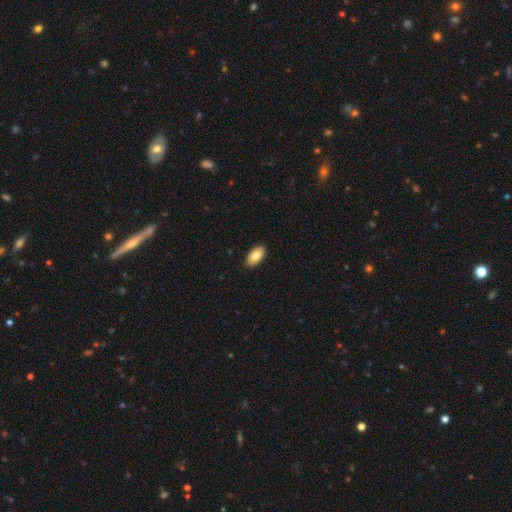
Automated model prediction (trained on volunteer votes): smooth 85%, featured or disk 9%, star or artifact 6%. Down the decision tree: how rounded — in between (94%); merging — none (90%).